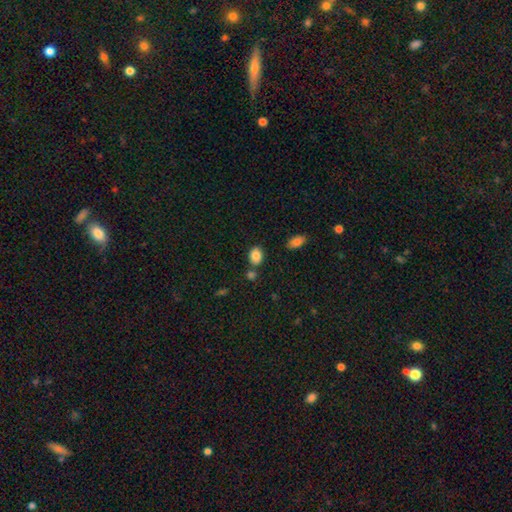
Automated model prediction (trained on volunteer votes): Morphology: type=smooth (85%); roundness=in between (66%); merging=none (73%).